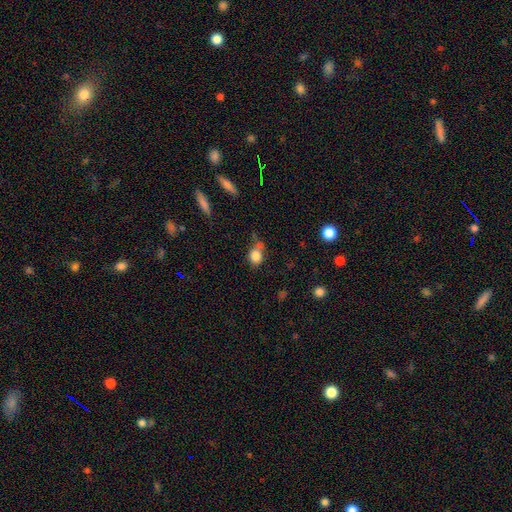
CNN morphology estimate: Smooth or featured: smooth — 82% (star or artifact — 11%)
How rounded: round — 58% (in between — 40%)
Merging: none — 45% (minor disturbance — 27%)